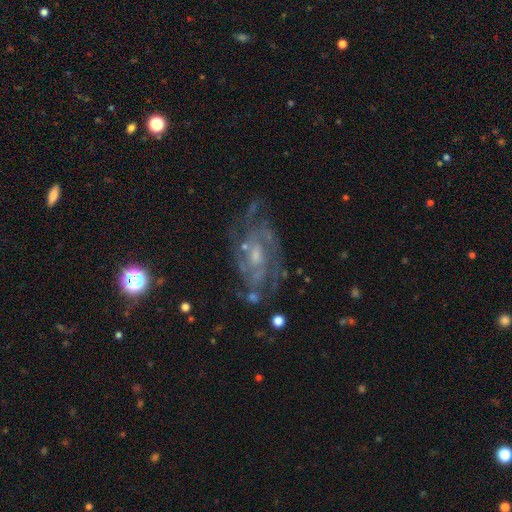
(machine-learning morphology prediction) featured or disk 84%, star or artifact 9%, smooth 7%. Down the decision tree: edge-on disk — no (96%); bar — no (52%); spiral arms — yes (92%); spiral arm count — can't tell (32%); spiral winding — tight (49%); bulge size — small (52%); merging — none (67%).